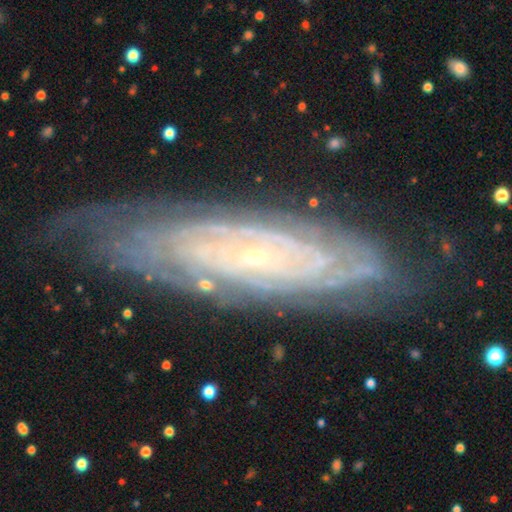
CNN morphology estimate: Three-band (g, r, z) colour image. It shows a featured or disk galaxy (85%) with no bar (61%), tight (77%) spiral arms (96%) and a small central bulge (79%). Merging: none (72%).